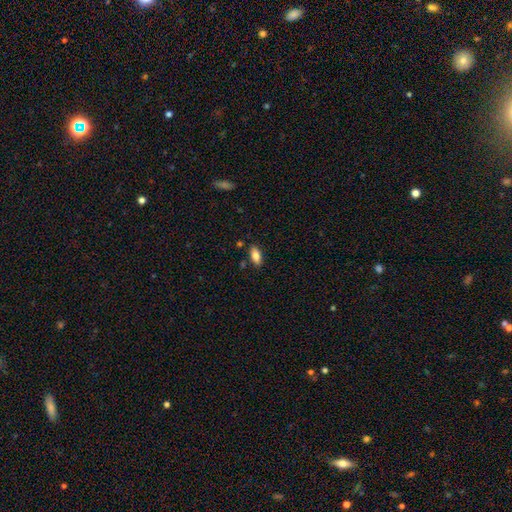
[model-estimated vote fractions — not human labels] smooth 80%, featured or disk 12%, star or artifact 7%. Down the decision tree: how rounded — in between (87%); merging — none (85%).